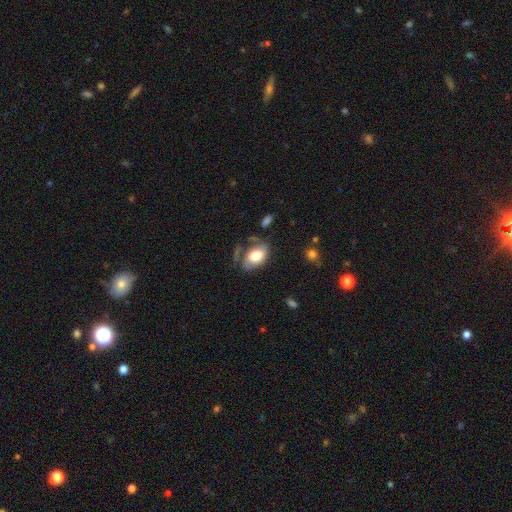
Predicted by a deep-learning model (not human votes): This appears to be a smooth galaxy with no disk features (71%) that is in between round and cigar-shaped (89%). Merging: none (50%).